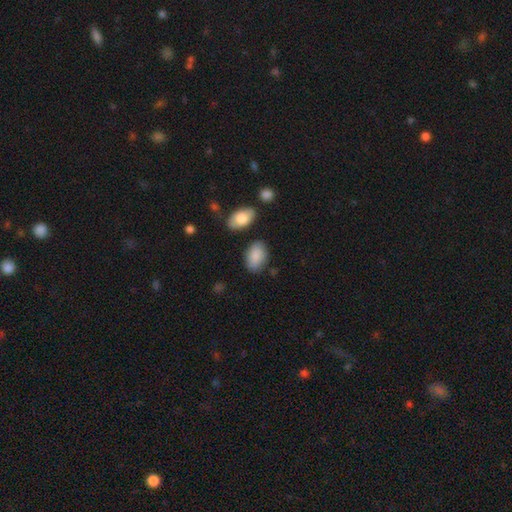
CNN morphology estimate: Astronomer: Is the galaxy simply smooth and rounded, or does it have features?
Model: smooth — 86%.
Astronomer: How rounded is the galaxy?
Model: in between — 91%.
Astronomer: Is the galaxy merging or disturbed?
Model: none — 77%.